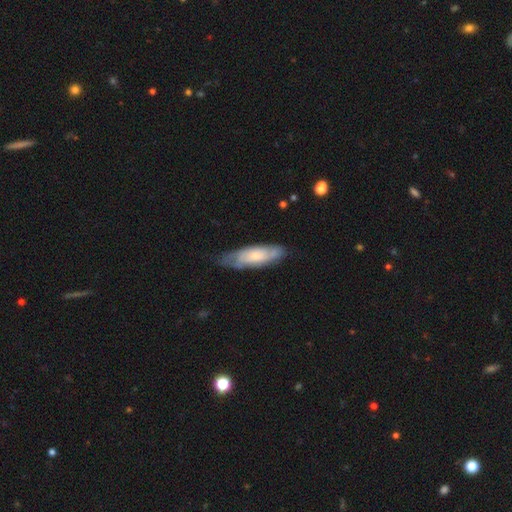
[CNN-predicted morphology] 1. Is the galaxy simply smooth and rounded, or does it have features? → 53% featured or disk, 41% smooth, 6% star or artifact.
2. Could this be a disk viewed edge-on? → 77% no, 23% yes.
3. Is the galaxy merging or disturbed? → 64% none, 27% minor disturbance, 7% major disturbance, 2% merger.